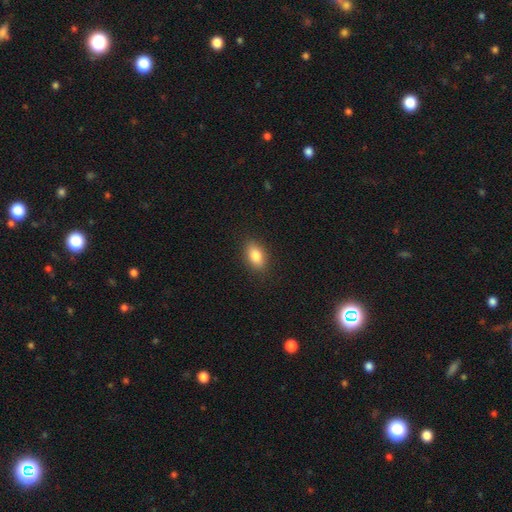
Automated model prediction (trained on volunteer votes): Overall: smooth (84%). How rounded: in between (87%). Merging: none (88%).